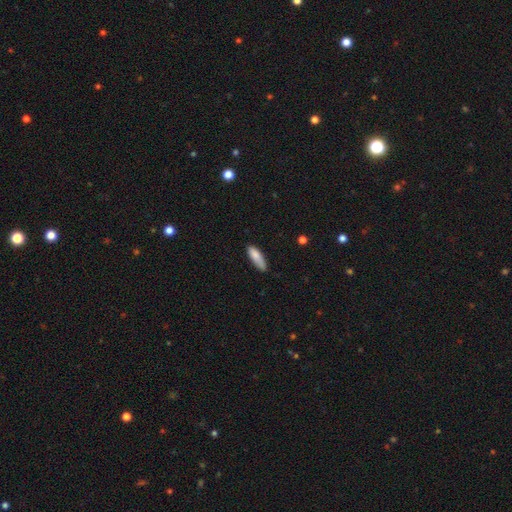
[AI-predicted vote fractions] Overall: smooth (83%). How rounded: in between (49%, tied with cigar-shaped). Merging: none (65%; minor disturbance 28%).